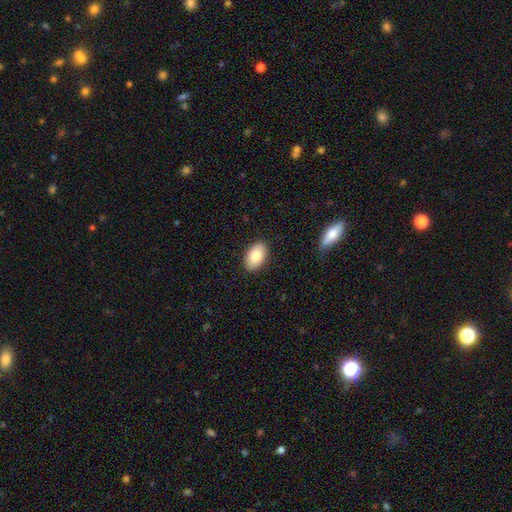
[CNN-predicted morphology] A smooth galaxy with no disk features (83%) that is in between round and cigar-shaped (93%). Merging: none (88%).